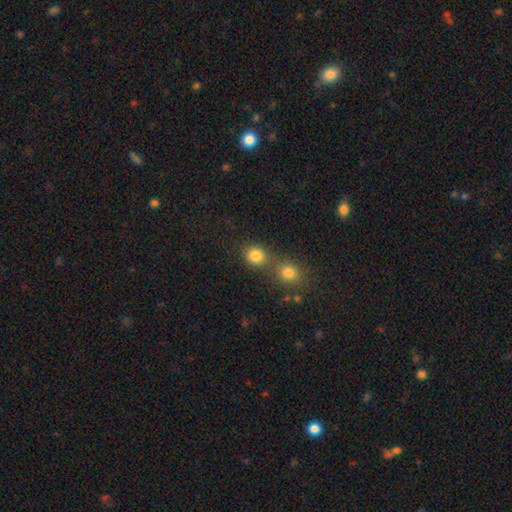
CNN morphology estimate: type=smooth (82%); roundness=round (83%); merging=none (54%).